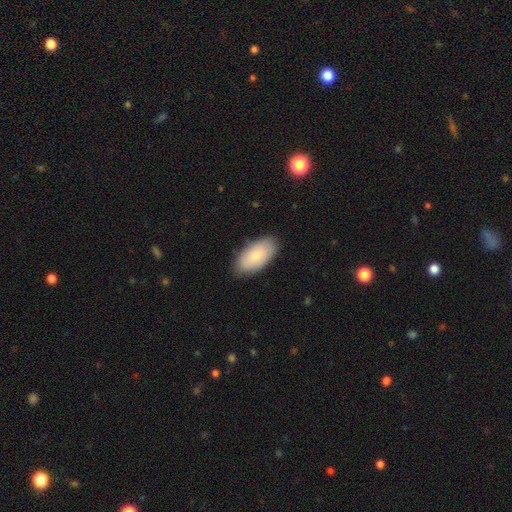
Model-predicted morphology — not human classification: The model was most divided on "smooth or featured": smooth: 76%, featured or disk: 18%, star or artifact: 6%. More confident: how rounded — in between (95%); merging — none (84%).